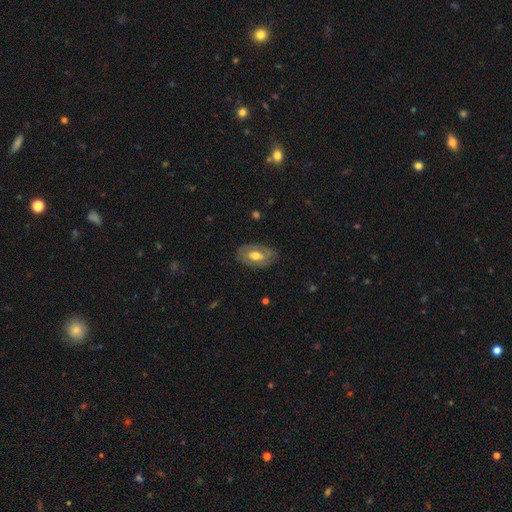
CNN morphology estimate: featured or disk 56%, smooth 38%, star or artifact 6%. Down the decision tree: edge-on disk — no (90%); bar — no (43%); spiral arms — no (51%); bulge size — moderate (72%); merging — none (81%).